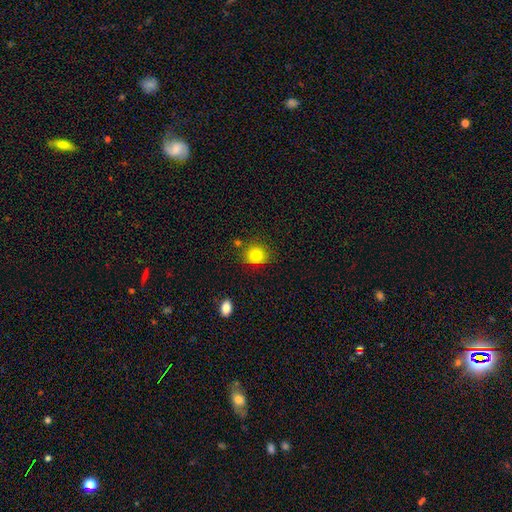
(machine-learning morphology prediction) smooth-or-featured: smooth: 82% | star or artifact: 11% | featured or disk: 7%
  how-rounded: round: 80% | in between: 19% | cigar-shaped: 1%
  merging: none: 80% | minor disturbance: 13% | merger: 4% | major disturbance: 3%